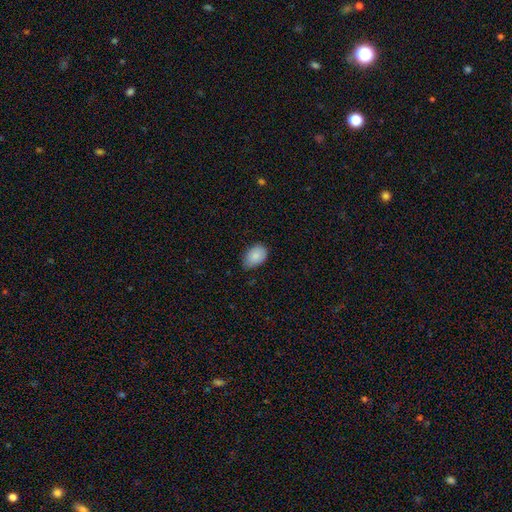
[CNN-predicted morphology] type=smooth (87%); roundness=in between (87%); merging=none (69%).